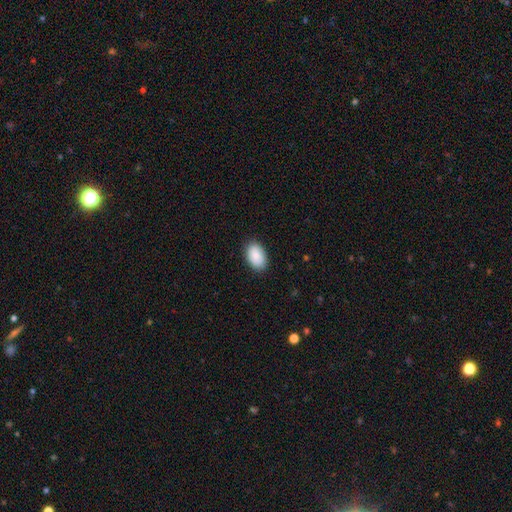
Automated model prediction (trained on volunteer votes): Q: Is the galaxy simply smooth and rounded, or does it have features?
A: smooth — 90%.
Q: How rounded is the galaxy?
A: in between — 92%.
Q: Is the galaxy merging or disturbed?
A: none — 88%.